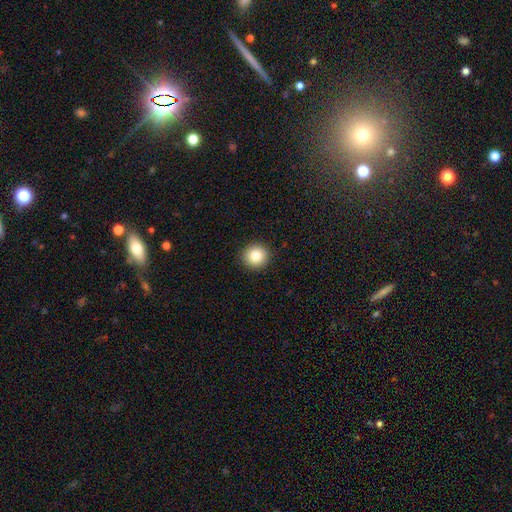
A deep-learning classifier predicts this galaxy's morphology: smooth-or-featured: smooth: 83% | star or artifact: 10% | featured or disk: 7%
  how-rounded: round: 94% | in between: 5% | cigar-shaped: 1%
  merging: none: 93% | minor disturbance: 5% | major disturbance: 2% | merger: 1%